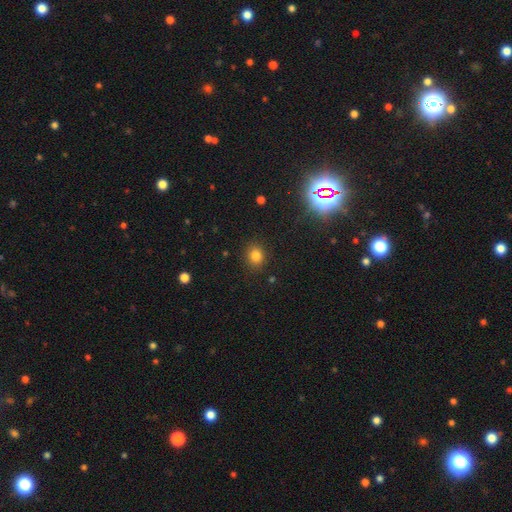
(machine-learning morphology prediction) A smooth galaxy with no disk features (80%) that is round (71%).

Vote fractions:
- Smooth or featured? smooth: 80% / star or artifact: 15% / featured or disk: 6%
- How rounded? round: 71% / in between: 28% / cigar-shaped: 1%
- Merging? none: 88% / minor disturbance: 8% / major disturbance: 3% / merger: 1%